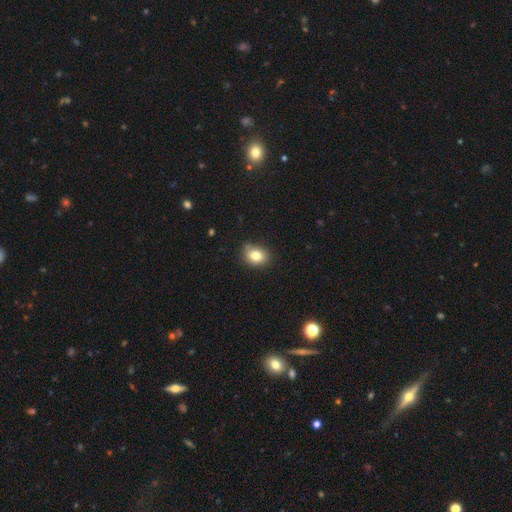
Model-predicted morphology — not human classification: Smooth or featured? smooth (81%)
How rounded? in between (51%)
Merging? none (74%)